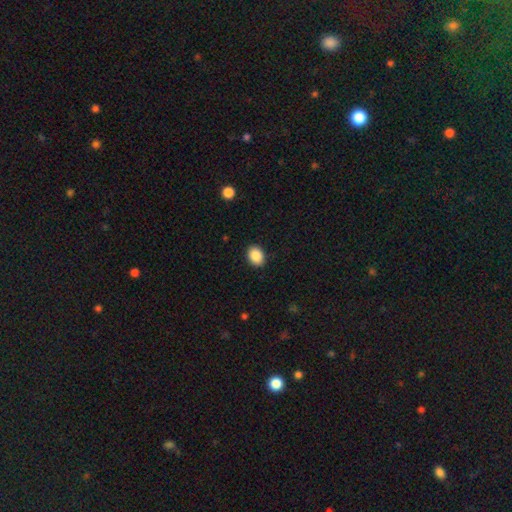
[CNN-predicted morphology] smooth 89%, star or artifact 8%, featured or disk 3%. Down the decision tree: how rounded — in between (61%); merging — none (91%).